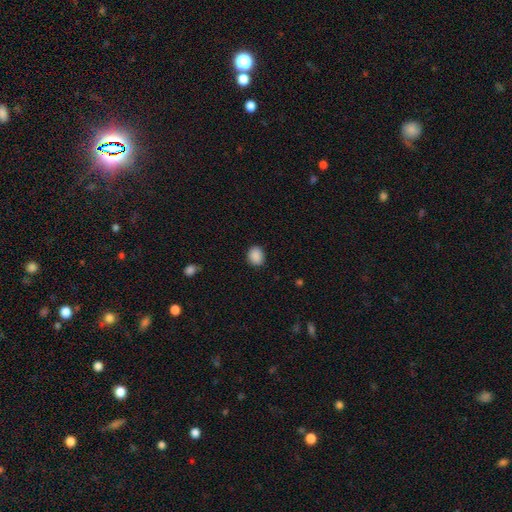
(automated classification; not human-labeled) Overall: smooth (89%). How rounded: round (63%; in between 36%). Merging: none (87%).